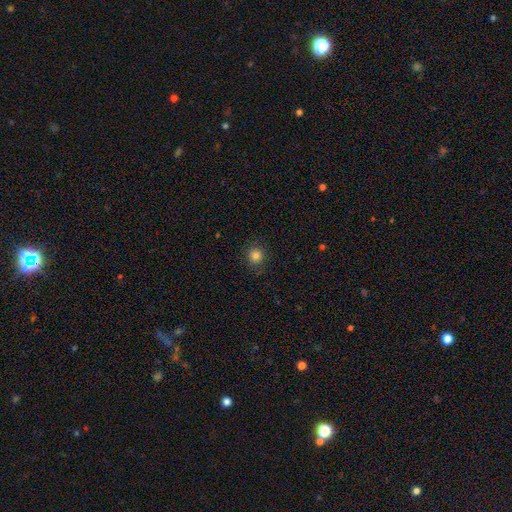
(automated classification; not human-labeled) Smooth or featured? smooth (82%)
How rounded? round (90%)
Merging? none (87%)